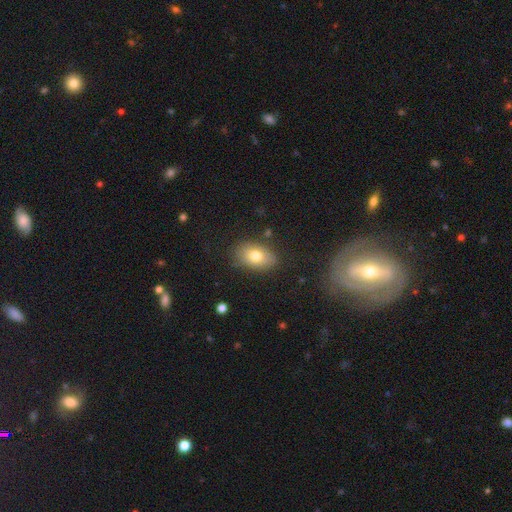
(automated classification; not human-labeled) This appears to be a smooth galaxy with no disk features (75%) that is in between round and cigar-shaped (87%). Merging: none (82%).